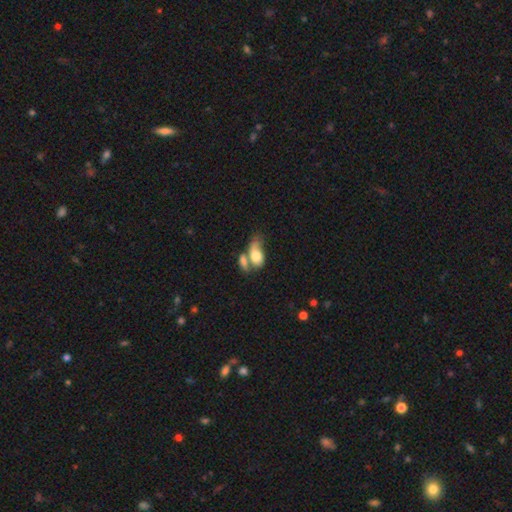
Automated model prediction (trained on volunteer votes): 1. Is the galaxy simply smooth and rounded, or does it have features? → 72% smooth, 20% featured or disk, 8% star or artifact.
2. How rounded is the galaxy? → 81% in between, 14% round, 5% cigar-shaped.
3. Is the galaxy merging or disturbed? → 60% merger, 14% none, 14% major disturbance, 11% minor disturbance.